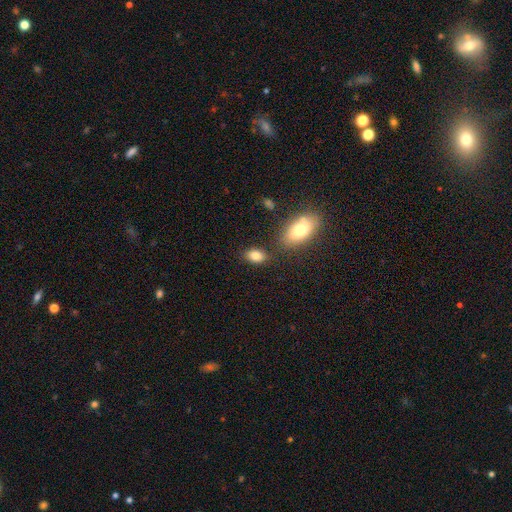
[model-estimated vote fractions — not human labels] smooth 84%, star or artifact 9%, featured or disk 7%. Down the decision tree: how rounded — in between (85%); merging — none (76%).